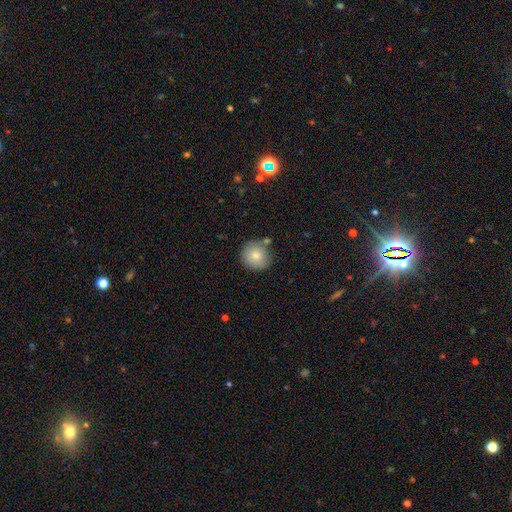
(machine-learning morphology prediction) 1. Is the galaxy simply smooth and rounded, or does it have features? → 80% smooth, 13% featured or disk, 8% star or artifact.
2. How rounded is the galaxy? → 91% round, 8% in between, 1% cigar-shaped.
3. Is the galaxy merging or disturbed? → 71% none, 16% minor disturbance, 9% merger, 4% major disturbance.